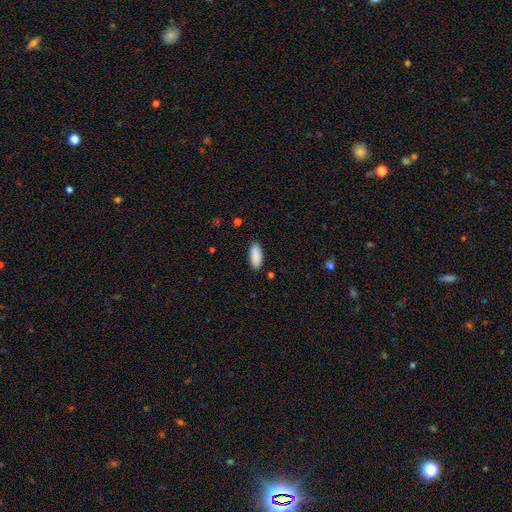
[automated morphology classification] Smooth or featured? smooth (90%)
How rounded? in between (84%)
Merging? none (87%)